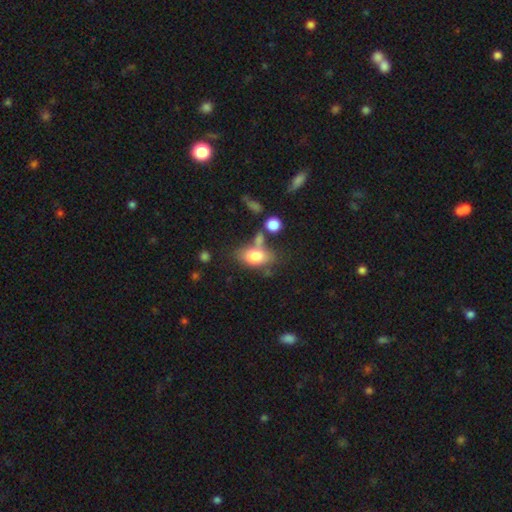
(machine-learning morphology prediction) smooth_or_featured: smooth (p=0.75) [alt: featured or disk p=0.17]
how_rounded: in between (p=0.87) [alt: round p=0.09]
merging: none (p=0.47) [alt: merger p=0.23]